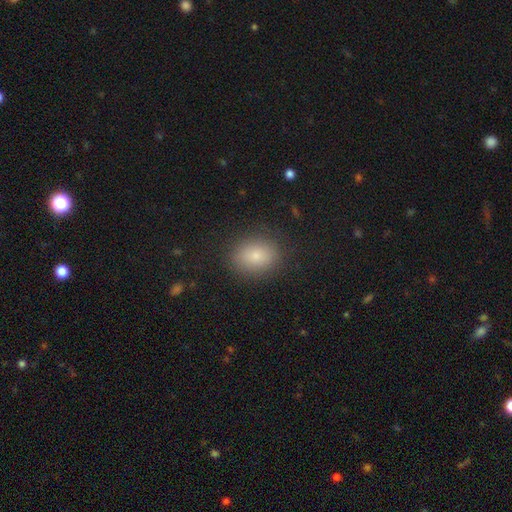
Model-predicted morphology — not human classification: The model was most divided on "how rounded" (2-way tie): round: 49%, in between: 49%, cigar-shaped: 1%. More confident: merging — none (86%); smooth or featured — smooth (82%).